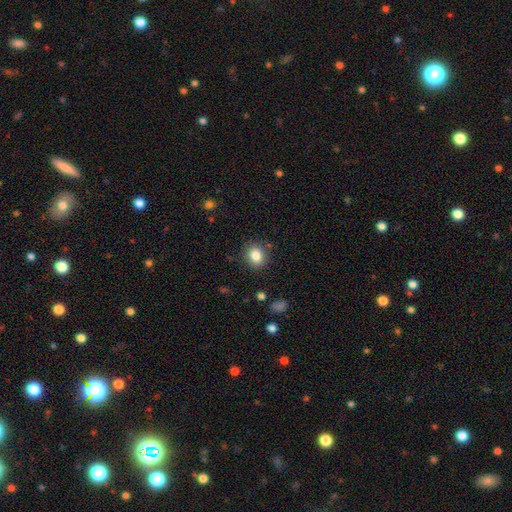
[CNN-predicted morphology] smooth-or-featured: smooth: 84% | star or artifact: 10% | featured or disk: 6%
  how-rounded: round: 59% | in between: 40% | cigar-shaped: 1%
  merging: none: 86% | minor disturbance: 9% | major disturbance: 3% | merger: 2%